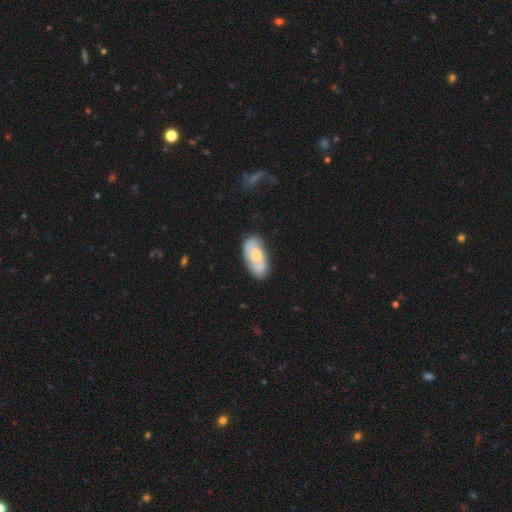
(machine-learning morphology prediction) A smooth galaxy with no disk features (48%).

Vote fractions:
- Smooth or featured? smooth: 48% / featured or disk: 46% / star or artifact: 6%
- Merging? none: 62% / minor disturbance: 23% / merger: 8% / major disturbance: 6%